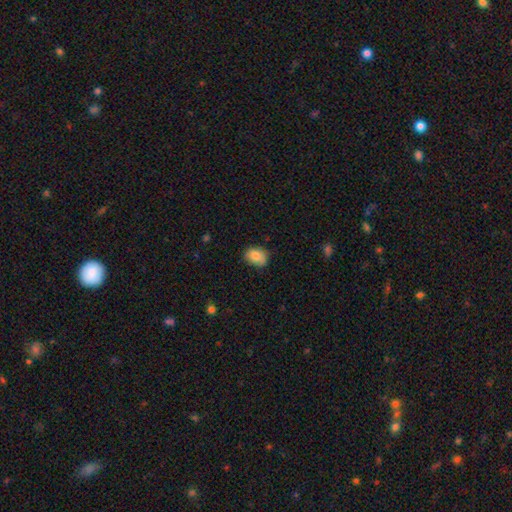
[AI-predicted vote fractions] Q: Smooth or featured?
A: smooth (83%); runner-up: featured or disk (9%)
Q: How rounded?
A: in between (69%); runner-up: round (30%)
Q: Merging?
A: none (73%); runner-up: minor disturbance (22%)